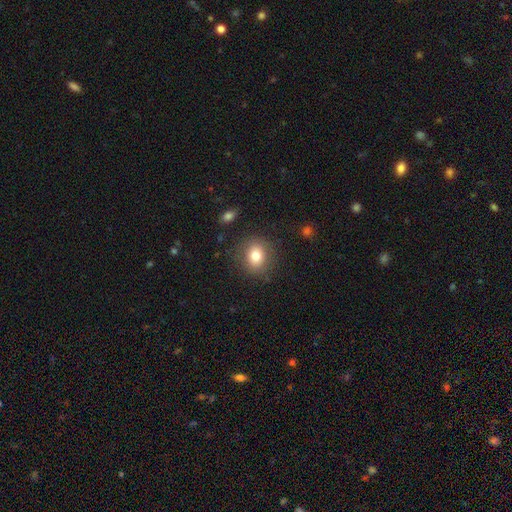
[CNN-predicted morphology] Smooth or featured?
  - smooth: 79% *
  - featured or disk: 11%
  - star or artifact: 10%
How rounded?
  - round: 73% *
  - in between: 26%
  - cigar-shaped: 1%
Merging?
  - none: 85% *
  - minor disturbance: 10%
  - major disturbance: 4%
  - merger: 1%